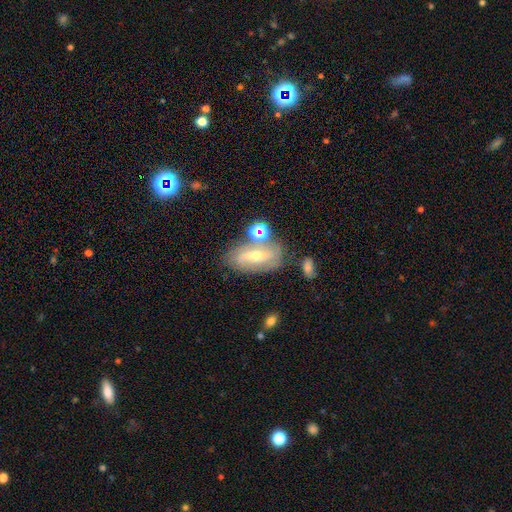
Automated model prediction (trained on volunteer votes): Smooth or featured?
  - featured or disk: 65% *
  - smooth: 25%
  - star or artifact: 10%
Edge-on disk?
  - no: 89% *
  - yes: 11%
Bar?
  - no: 34% *
  - weak: 33%
  - strong: 32%
Spiral arms?
  - yes: 73% *
  - no: 27%
Bulge size?
  - moderate: 52% *
  - small: 44%
  - large: 2%
  - none: 1%
  - dominant: 1%
Merging?
  - none: 67% *
  - minor disturbance: 17%
  - merger: 9%
  - major disturbance: 7%